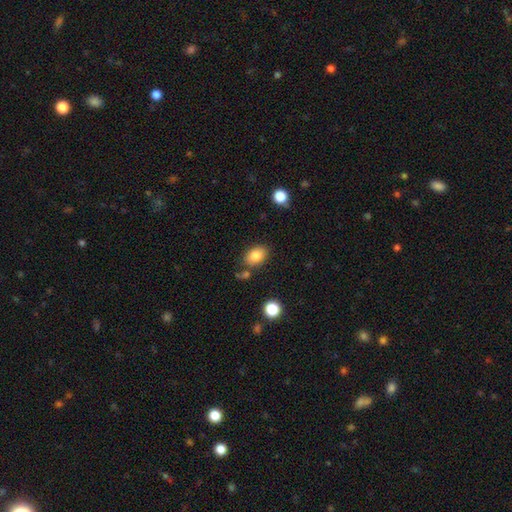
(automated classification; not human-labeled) The model was most divided on "how rounded": in between: 80%, round: 19%, cigar-shaped: 1%. More confident: smooth or featured — smooth (82%); merging — none (78%).